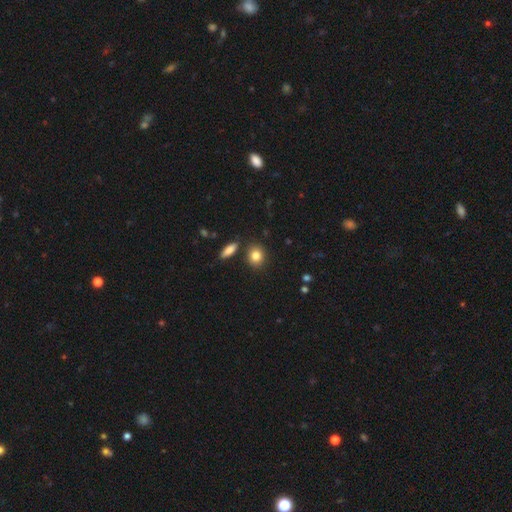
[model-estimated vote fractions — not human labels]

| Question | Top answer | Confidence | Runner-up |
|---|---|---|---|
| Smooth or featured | smooth | 83% | star or artifact (9%) |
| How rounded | round | 63% | in between (35%) |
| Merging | none | 83% | minor disturbance (9%) |